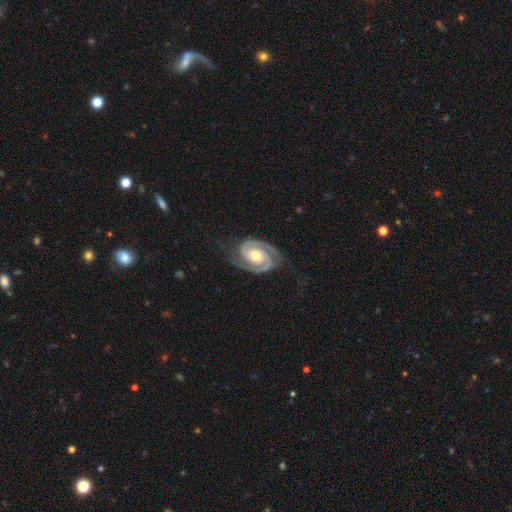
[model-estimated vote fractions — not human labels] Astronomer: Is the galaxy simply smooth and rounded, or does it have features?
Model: featured or disk — 92%.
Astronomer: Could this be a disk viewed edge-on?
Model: no — 98%.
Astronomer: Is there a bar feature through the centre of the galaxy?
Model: no — 64%.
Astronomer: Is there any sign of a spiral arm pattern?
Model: yes — 98%.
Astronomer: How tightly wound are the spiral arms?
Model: tight — 60%.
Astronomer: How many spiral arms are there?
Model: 2 — 93%.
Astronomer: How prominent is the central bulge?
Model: moderate — 71%.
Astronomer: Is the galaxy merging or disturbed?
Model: none — 77%.